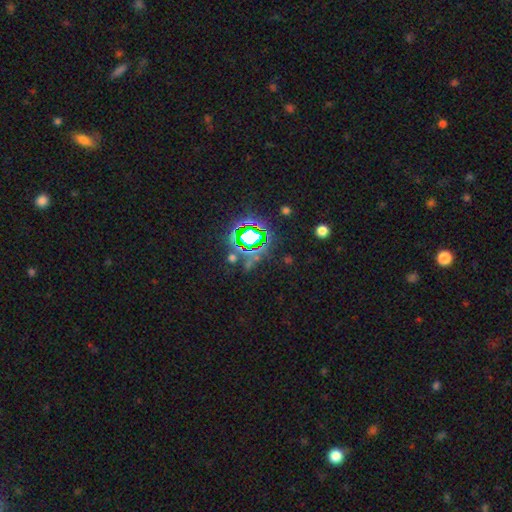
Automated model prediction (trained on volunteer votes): Smooth or featured? Predicted: star or artifact (p=0.77).